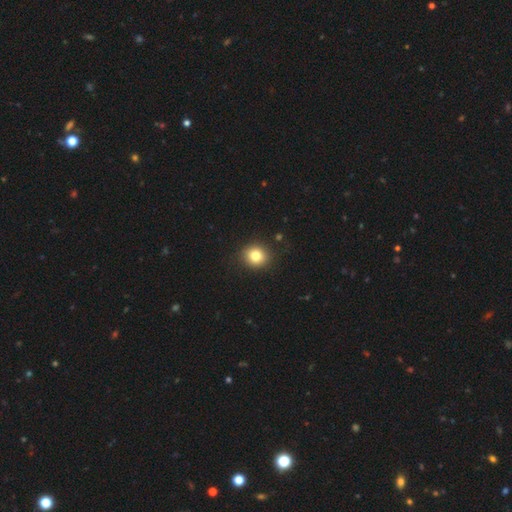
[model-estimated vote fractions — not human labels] A smooth galaxy with no disk features (81%) that is round (82%). Merging: none (90%).